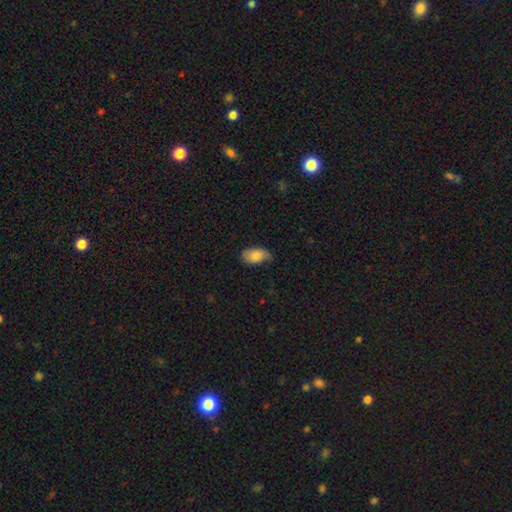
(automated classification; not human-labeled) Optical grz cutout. It shows a smooth galaxy with no disk features (77%) that is in between round and cigar-shaped (93%). Merging: none (60%).